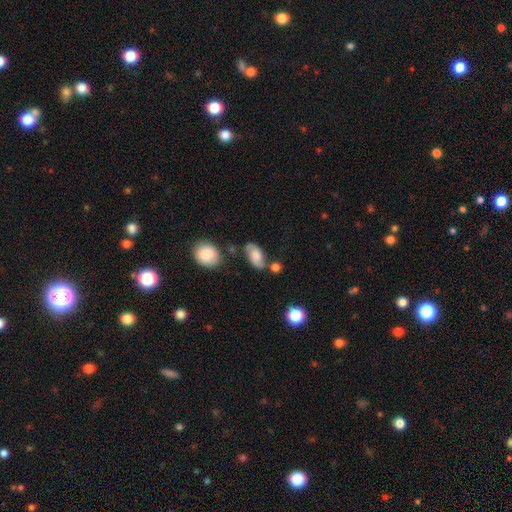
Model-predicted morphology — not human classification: Q: Smooth or featured?
A: smooth (47%); runner-up: featured or disk (44%)
Q: Merging?
A: none (60%); runner-up: minor disturbance (22%)